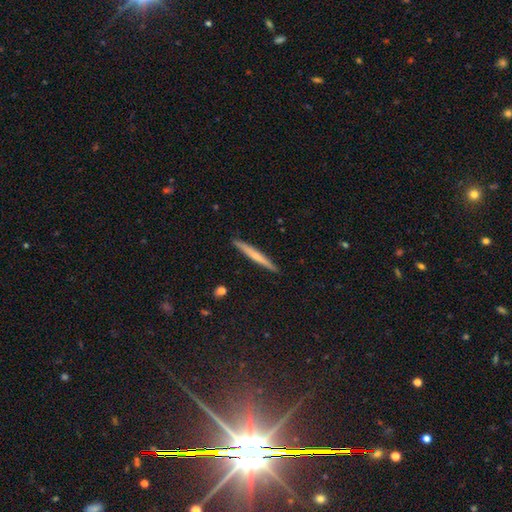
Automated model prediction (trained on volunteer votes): Overall: smooth (49%; featured or disk 44%). Merging: none (91%).